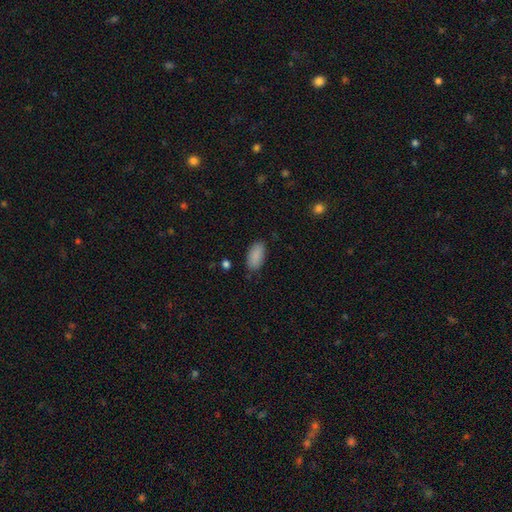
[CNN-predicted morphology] smooth_or_featured: smooth (p=0.89) [alt: star or artifact p=0.07]
how_rounded: in between (p=0.92) [alt: cigar-shaped p=0.05]
merging: none (p=0.84) [alt: minor disturbance p=0.12]